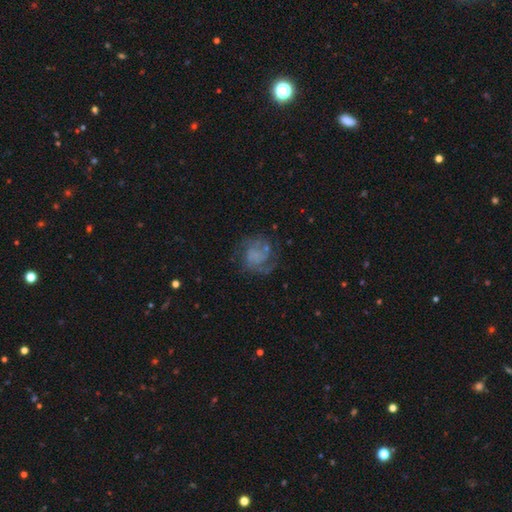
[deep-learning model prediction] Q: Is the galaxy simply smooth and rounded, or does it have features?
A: featured or disk — 66%.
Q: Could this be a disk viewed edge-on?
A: no — 98%.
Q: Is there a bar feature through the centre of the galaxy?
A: no — 76%.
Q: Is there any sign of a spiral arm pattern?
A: yes — 84%.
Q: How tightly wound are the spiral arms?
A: medium — 42%.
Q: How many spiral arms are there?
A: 2 — 45%.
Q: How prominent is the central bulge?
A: none — 66%.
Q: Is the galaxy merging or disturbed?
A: none — 62%.